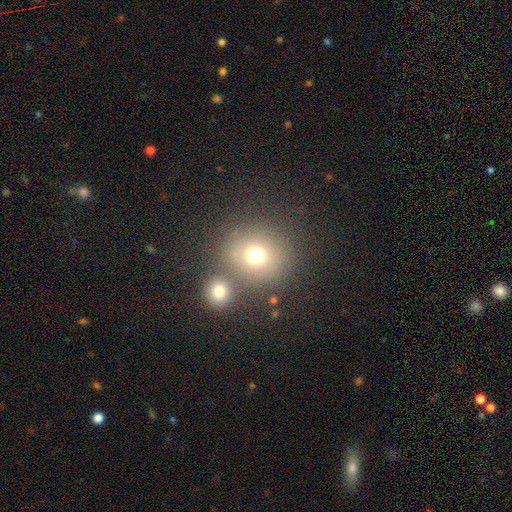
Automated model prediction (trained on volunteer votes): Overall: smooth (71%). How rounded: round (86%). Merging: none (63%; merger 24%).